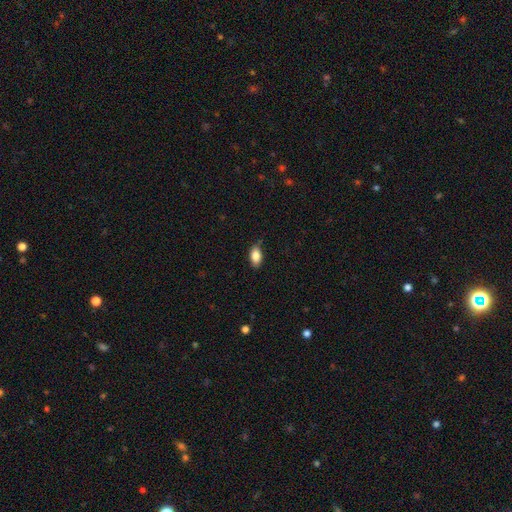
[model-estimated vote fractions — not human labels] Morphology: type=smooth (85%); roundness=in between (90%); merging=none (81%).